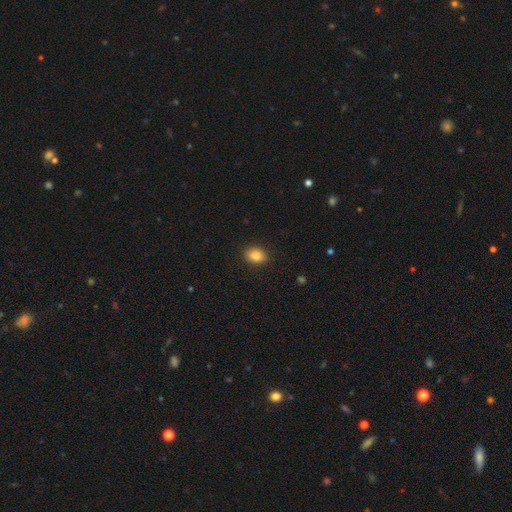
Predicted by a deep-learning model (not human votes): Smooth or featured?
  - smooth: 85% *
  - star or artifact: 9%
  - featured or disk: 6%
How rounded?
  - in between: 64% *
  - round: 35%
  - cigar-shaped: 1%
Merging?
  - none: 88% *
  - minor disturbance: 8%
  - major disturbance: 2%
  - merger: 1%